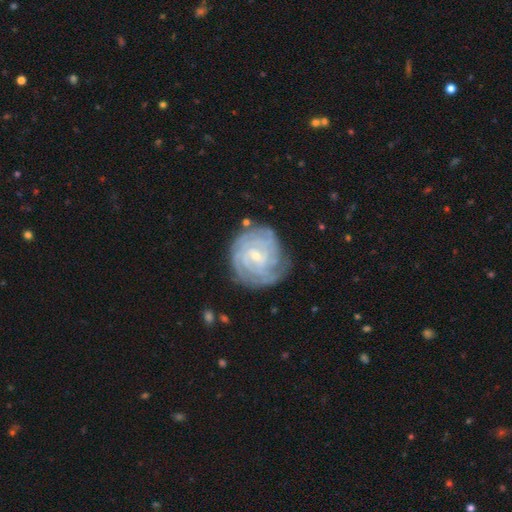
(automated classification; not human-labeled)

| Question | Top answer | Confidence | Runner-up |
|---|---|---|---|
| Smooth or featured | featured or disk | 86% | smooth (9%) |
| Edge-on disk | no | 98% | yes (2%) |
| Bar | no | 52% | weak (38%) |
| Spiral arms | yes | 97% | no (3%) |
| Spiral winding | tight | 83% | medium (15%) |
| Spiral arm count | can't tell | 31% | 4 (22%) |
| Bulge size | small | 73% | moderate (23%) |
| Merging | none | 75% | minor disturbance (17%) |